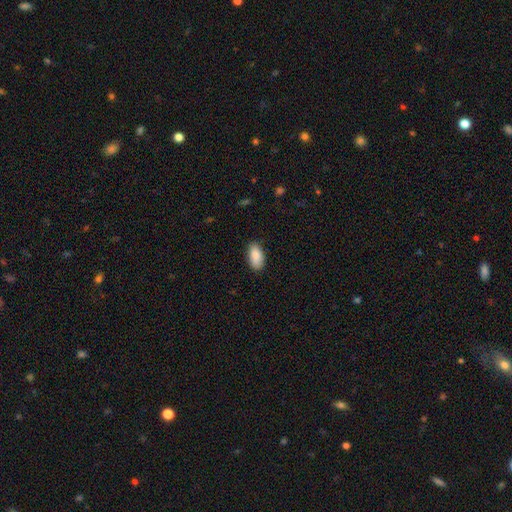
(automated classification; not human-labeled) This appears to be a smooth galaxy with no disk features (89%) that is in between round and cigar-shaped (92%). Merging: none (84%).